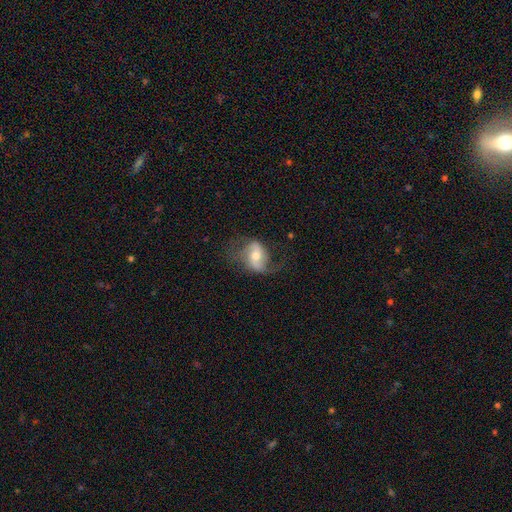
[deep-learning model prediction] smooth-or-featured: featured or disk: 70% | smooth: 23% | star or artifact: 7%
  disk-edge-on: no: 95% | yes: 5%
    bar: weak: 38% | no: 35% | strong: 27%
    has-spiral-arms: yes: 87% | no: 13%
      spiral-winding: loose: 62% | medium: 30% | tight: 8%
      spiral-arm-count: 2: 83% | 1: 9% | can't tell: 6% | 3: 1% | 4: 1% | more than 4: 1%
    bulge-size: moderate: 63% | small: 30% | large: 5% | none: 1% | dominant: 1%
  merging: none: 59% | minor disturbance: 22% | major disturbance: 18% | merger: 1%